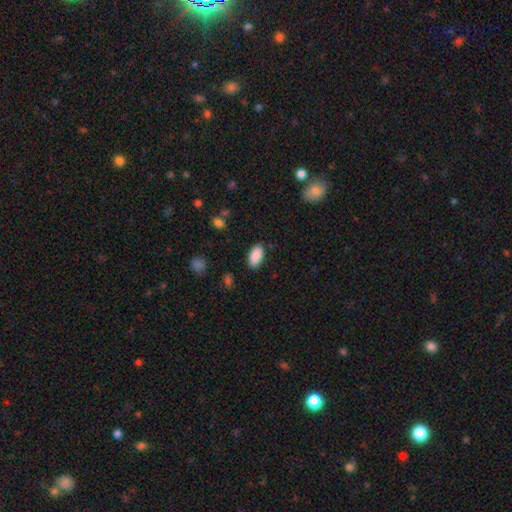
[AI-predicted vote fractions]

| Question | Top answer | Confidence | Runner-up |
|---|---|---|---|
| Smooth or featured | smooth | 90% | star or artifact (7%) |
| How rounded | in between | 94% | cigar-shaped (3%) |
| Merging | none | 87% | minor disturbance (9%) |